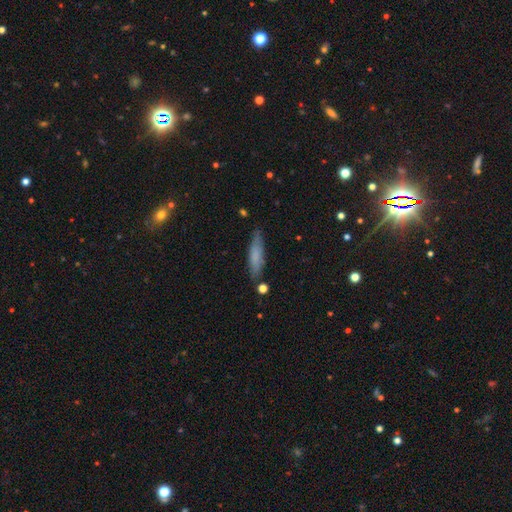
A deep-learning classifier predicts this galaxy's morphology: smooth-or-featured: smooth: 72% | featured or disk: 21% | star or artifact: 7%
  how-rounded: cigar-shaped: 74% | in between: 24% | round: 2%
  merging: none: 79% | minor disturbance: 15% | major disturbance: 3% | merger: 2%